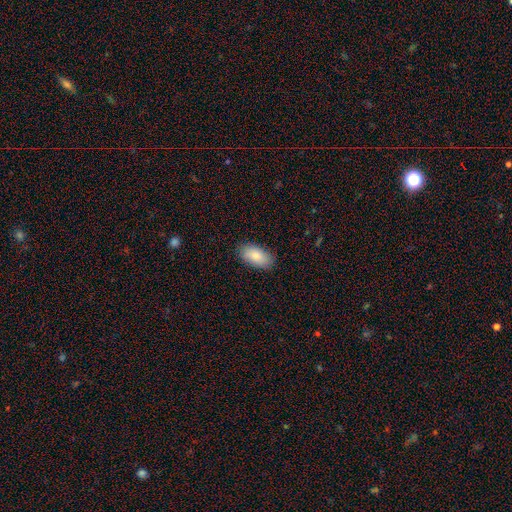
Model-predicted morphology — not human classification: This is clearly a smooth galaxy (85%). How rounded: clearly in between (94%). Merging: clearly none (86%).